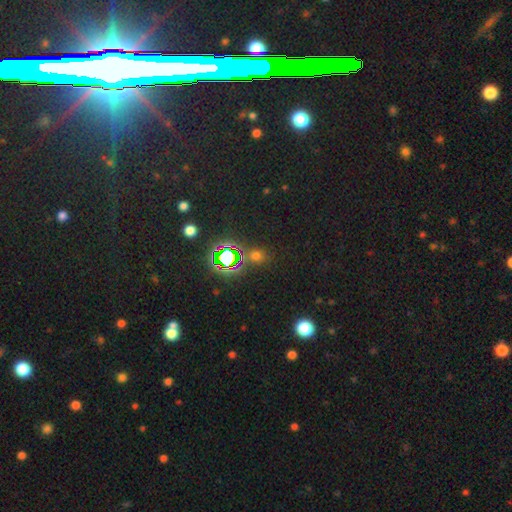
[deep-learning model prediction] Overall: star or artifact (50%; smooth 43%).